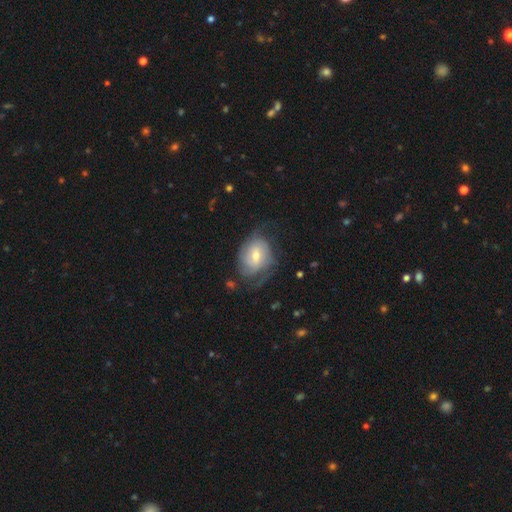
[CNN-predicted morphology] A featured or disk galaxy (62%) with no bar (50%), 2 (41%) tight (40%) spiral arms (84%) and a moderate central bulge (52%). Merging: none (50%).